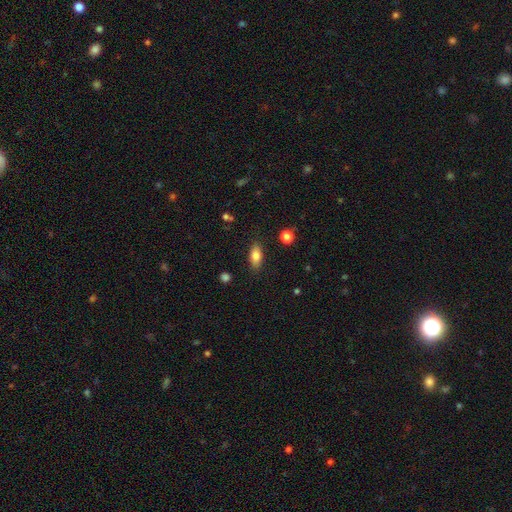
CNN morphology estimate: Smooth or featured? Predicted: smooth (p=0.79). How rounded? Predicted: in between (p=0.82). Merging? Predicted: none (p=0.86).